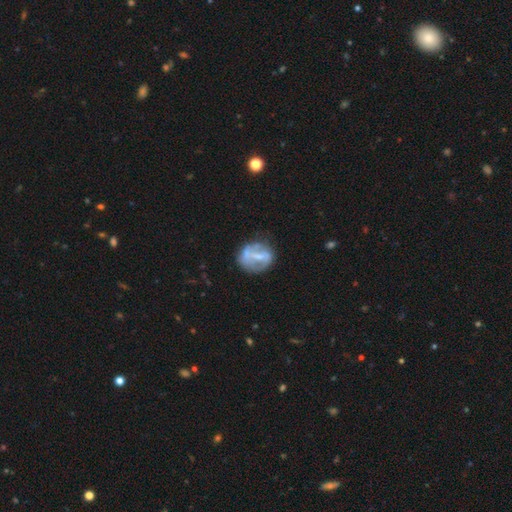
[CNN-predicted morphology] Q: Smooth or featured?
A: featured or disk (63%); runner-up: smooth (29%)
Q: Edge-on disk?
A: no (95%); runner-up: yes (5%)
Q: Bar?
A: strong (46%); runner-up: weak (34%)
Q: Spiral arms?
A: no (58%); runner-up: yes (42%)
Q: Bulge size?
A: small (45%); runner-up: none (27%)
Q: Merging?
A: none (62%); runner-up: minor disturbance (22%)